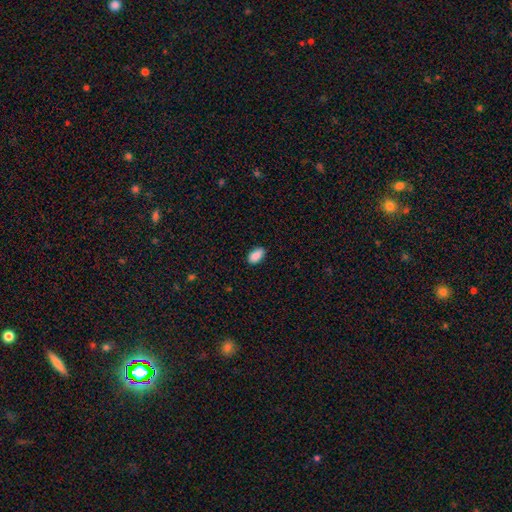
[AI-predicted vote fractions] Smooth or featured: smooth — 89% (star or artifact — 7%)
How rounded: in between — 93% (round — 5%)
Merging: none — 82% (minor disturbance — 15%)